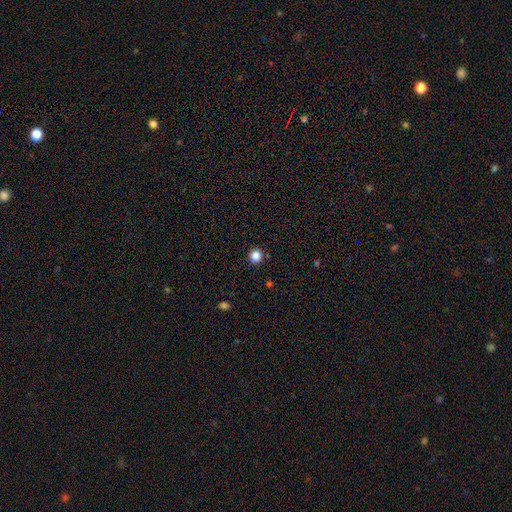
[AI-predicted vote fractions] Smooth or featured? Predicted: smooth (p=0.85). How rounded? Predicted: round (p=0.90). Merging? Predicted: none (p=0.91).